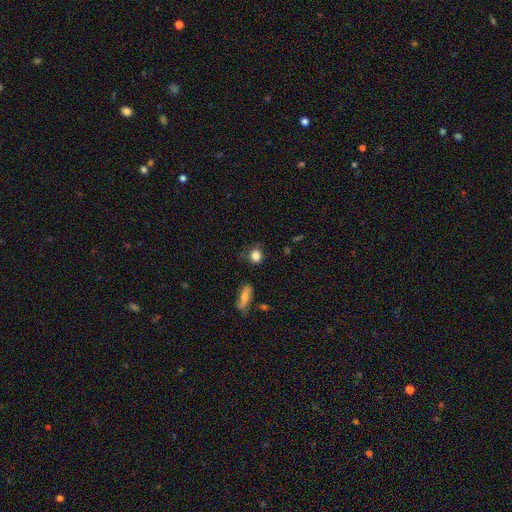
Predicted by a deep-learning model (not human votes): This is clearly a smooth galaxy (84%). How rounded: likely round (73%). Merging: likely none (72%).